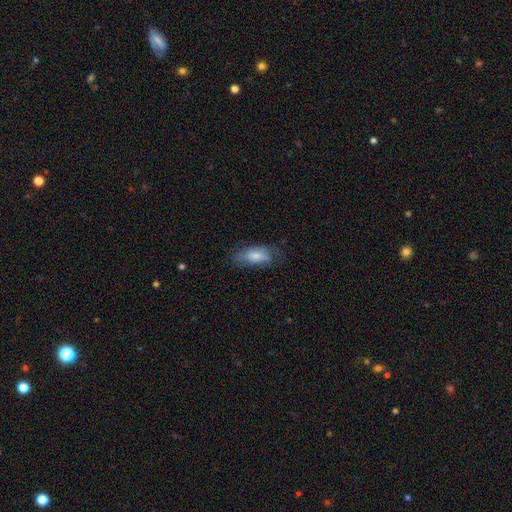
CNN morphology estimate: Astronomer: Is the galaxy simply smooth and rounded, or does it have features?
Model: smooth — 70%.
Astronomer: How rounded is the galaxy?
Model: in between — 82%.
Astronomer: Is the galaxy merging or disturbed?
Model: none — 61%.